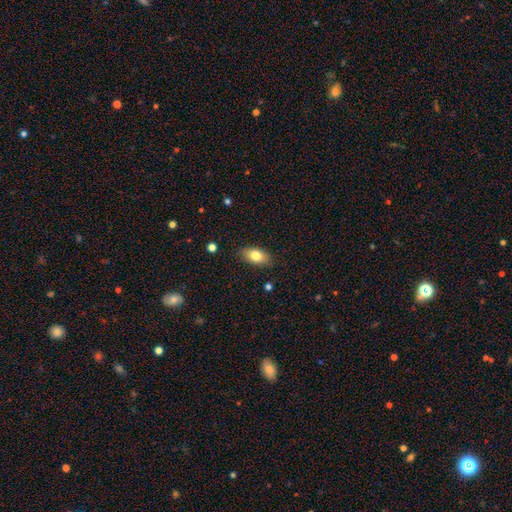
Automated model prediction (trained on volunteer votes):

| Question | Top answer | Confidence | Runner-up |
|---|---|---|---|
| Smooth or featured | smooth | 80% | featured or disk (12%) |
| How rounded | in between | 89% | round (6%) |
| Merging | none | 85% | minor disturbance (11%) |